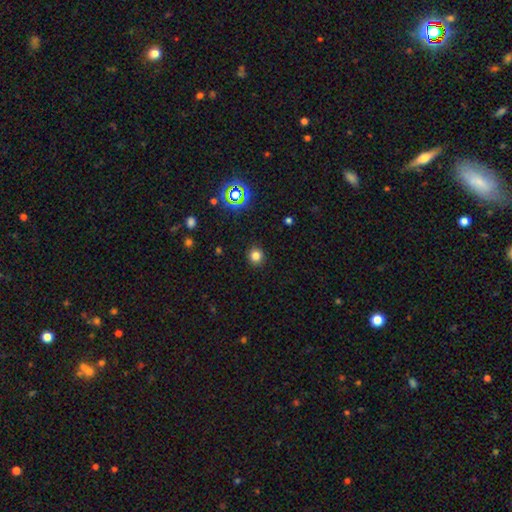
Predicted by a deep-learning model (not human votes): smooth 78%, star or artifact 17%, featured or disk 5%. Down the decision tree: how rounded — round (91%); merging — none (90%).